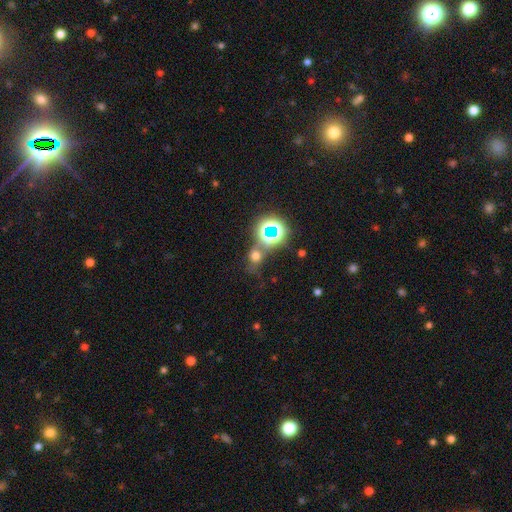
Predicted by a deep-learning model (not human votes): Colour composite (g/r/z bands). It shows a smooth galaxy with no disk features (51%) that is round (71%). Merging: none (57%).